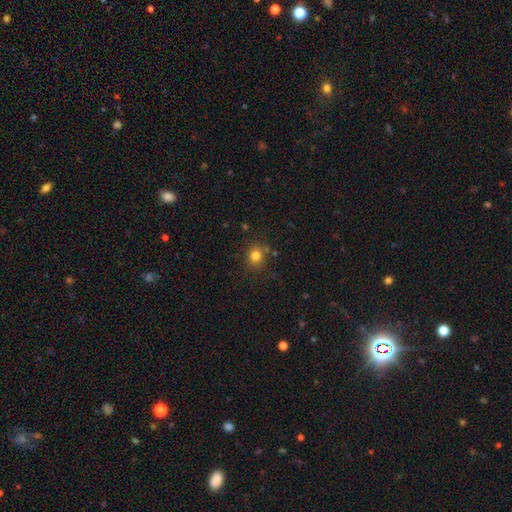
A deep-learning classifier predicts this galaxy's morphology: Smooth or featured? smooth (81%)
How rounded? round (74%)
Merging? none (81%)